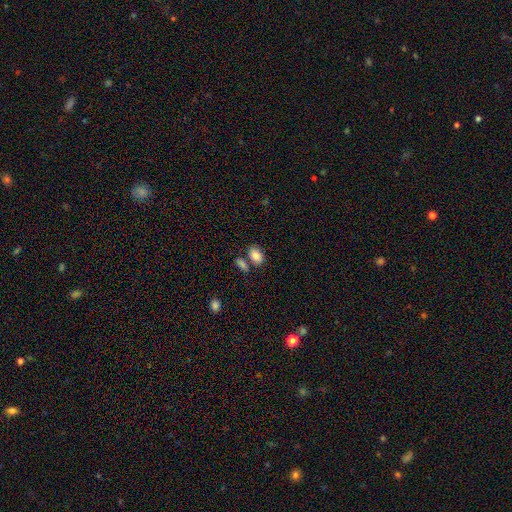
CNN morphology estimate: Q: Smooth or featured?
A: smooth (85%); runner-up: star or artifact (8%)
Q: How rounded?
A: in between (87%); runner-up: round (12%)
Q: Merging?
A: none (59%); runner-up: merger (23%)